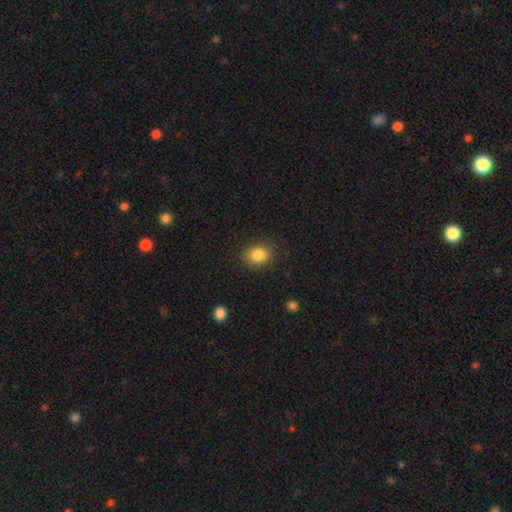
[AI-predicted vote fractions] Smooth or featured? Predicted: smooth (p=0.85). How rounded? Predicted: round (p=0.54). Merging? Predicted: none (p=0.87).